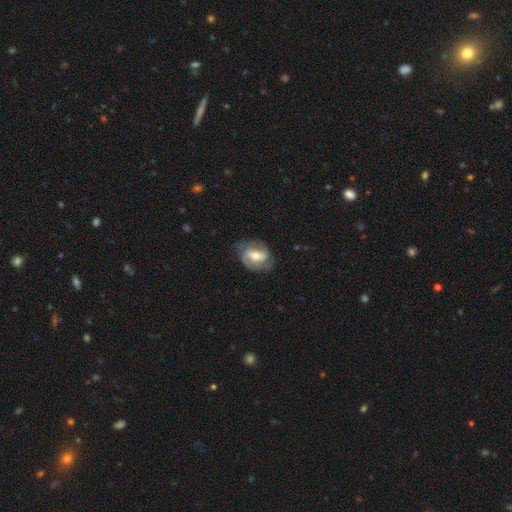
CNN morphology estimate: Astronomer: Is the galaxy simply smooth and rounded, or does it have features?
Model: featured or disk — 68%.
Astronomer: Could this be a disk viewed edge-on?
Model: no — 95%.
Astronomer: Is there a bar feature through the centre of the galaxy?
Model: weak — 41% (runner-up: strong, 35%).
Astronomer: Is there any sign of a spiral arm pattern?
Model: yes — 85%.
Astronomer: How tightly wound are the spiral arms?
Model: medium — 44% (runner-up: tight, 30%).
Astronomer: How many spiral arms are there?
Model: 2 — 75%.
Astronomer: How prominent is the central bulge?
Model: moderate — 60%.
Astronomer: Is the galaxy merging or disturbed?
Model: none — 70%.